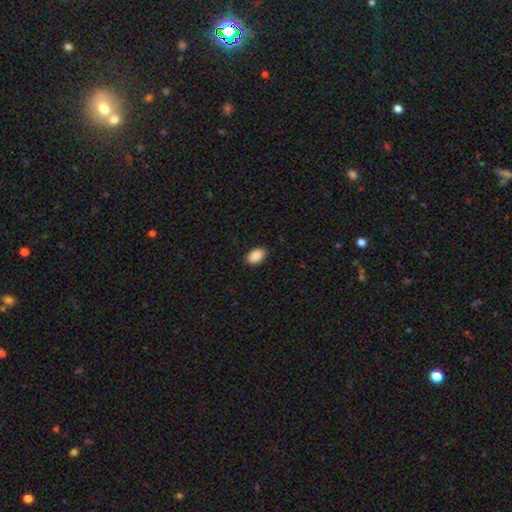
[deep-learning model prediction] Smooth or featured? Predicted: smooth (p=0.90). How rounded? Predicted: in between (p=0.90). Merging? Predicted: none (p=0.89).